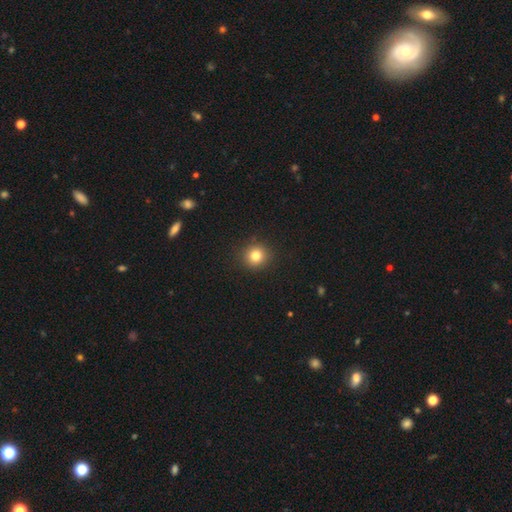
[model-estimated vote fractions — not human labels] Morphology: type=smooth (81%); roundness=round (92%); merging=none (92%).